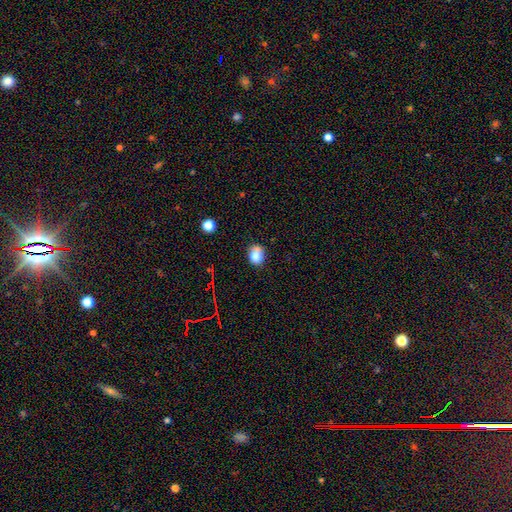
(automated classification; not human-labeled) Smooth or featured: smooth — 80% (star or artifact — 11%)
How rounded: round — 54% (in between — 45%)
Merging: none — 55% (minor disturbance — 25%)